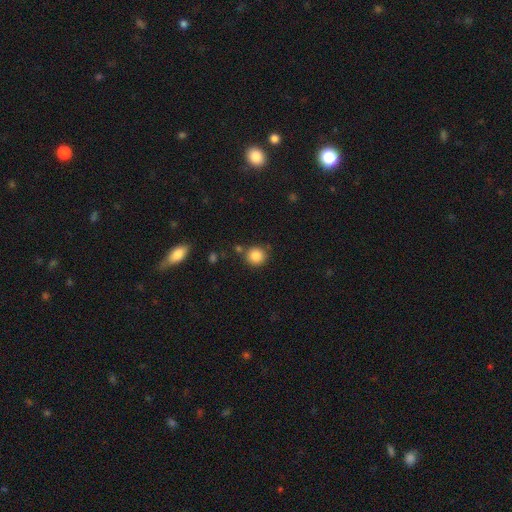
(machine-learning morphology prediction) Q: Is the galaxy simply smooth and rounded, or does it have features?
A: smooth — 86%.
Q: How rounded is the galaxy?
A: round — 91%.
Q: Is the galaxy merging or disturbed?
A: none — 78%.